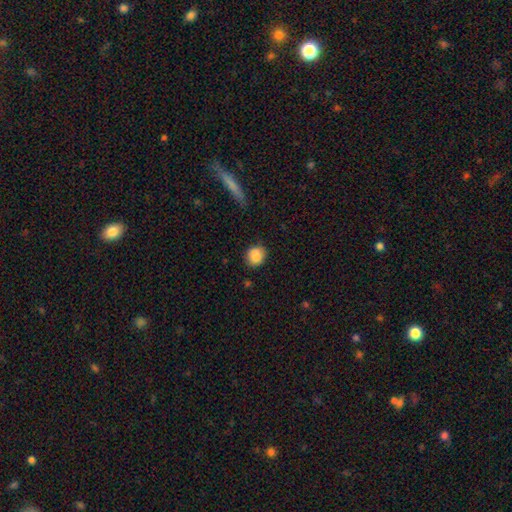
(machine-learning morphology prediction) Smooth or featured: smooth — 84% (star or artifact — 9%)
How rounded: round — 70% (in between — 28%)
Merging: none — 77% (minor disturbance — 17%)